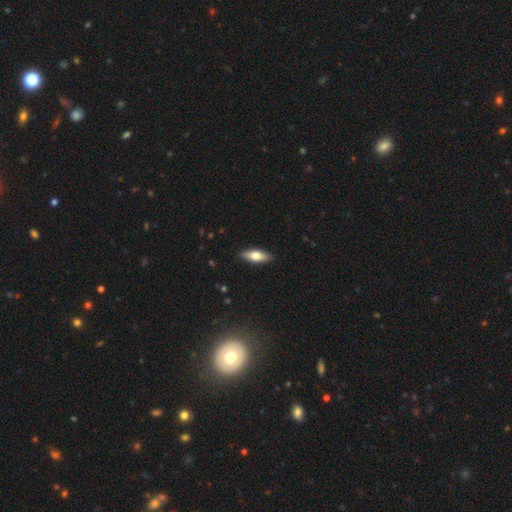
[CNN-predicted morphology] This appears to be a smooth galaxy with no disk features (72%) that is in between round and cigar-shaped (69%). Merging: none (89%).